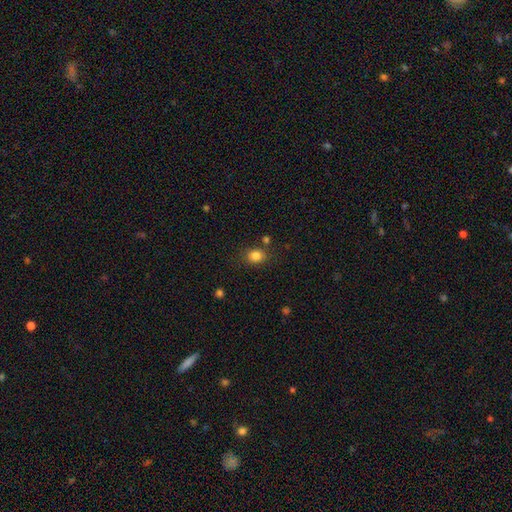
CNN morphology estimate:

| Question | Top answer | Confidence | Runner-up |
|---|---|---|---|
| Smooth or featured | smooth | 84% | star or artifact (11%) |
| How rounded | round | 57% | in between (42%) |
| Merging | none | 79% | minor disturbance (12%) |